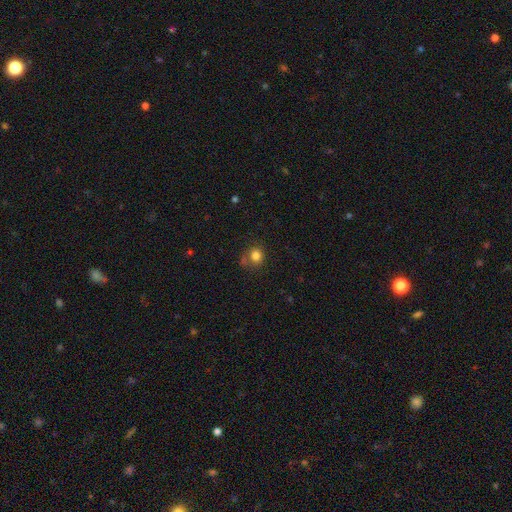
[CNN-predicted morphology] Smooth or featured? smooth (81%)
How rounded? round (80%)
Merging? none (65%)